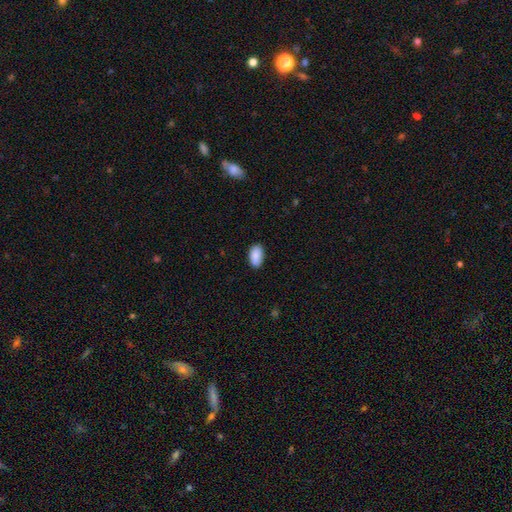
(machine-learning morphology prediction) Overall: smooth (90%). How rounded: in between (95%). Merging: none (86%).